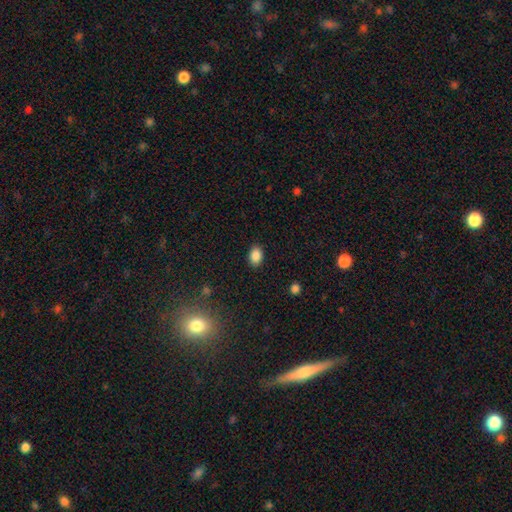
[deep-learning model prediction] smooth 87%, star or artifact 9%, featured or disk 4%. Down the decision tree: how rounded — in between (80%); merging — none (88%).